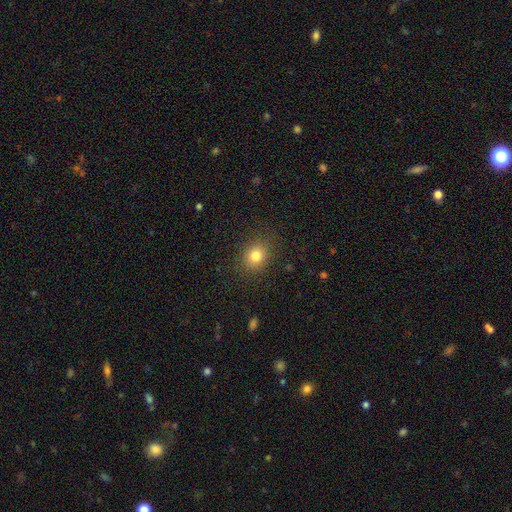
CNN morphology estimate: This appears to be a smooth galaxy with no disk features (81%) that is round (64%). Merging: none (87%).